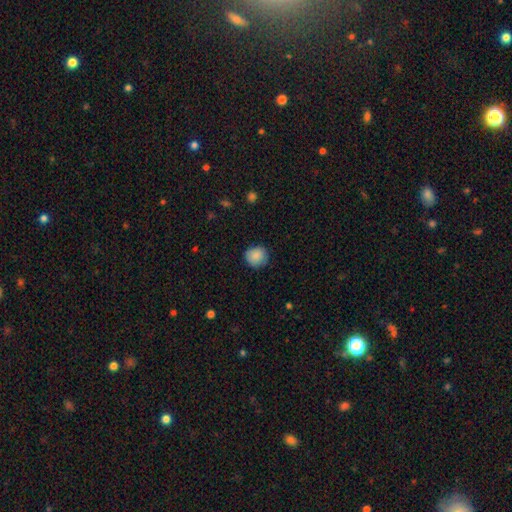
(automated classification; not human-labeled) This is clearly a smooth galaxy (88%). How rounded: clearly round (87%). Merging: clearly none (83%).